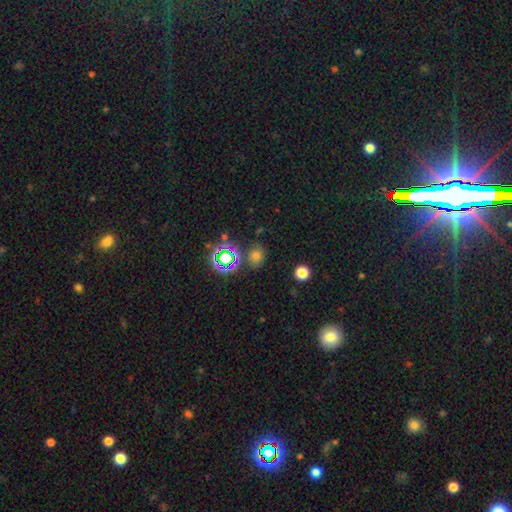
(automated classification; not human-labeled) Overall: smooth (55%; star or artifact 36%). How rounded: round (62%; in between 37%). Merging: none (75%).